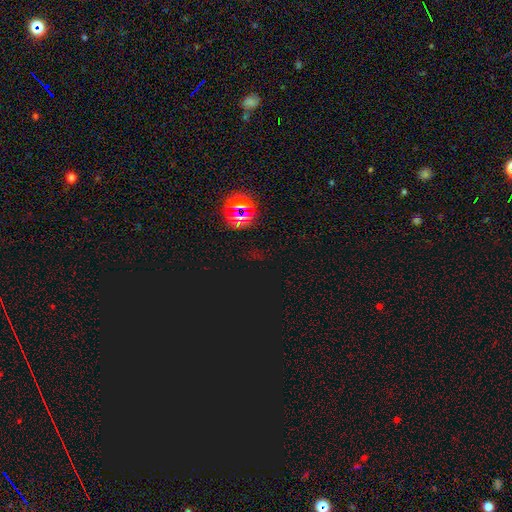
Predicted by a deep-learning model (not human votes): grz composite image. It shows a star or artifact, not a galaxy (81%).